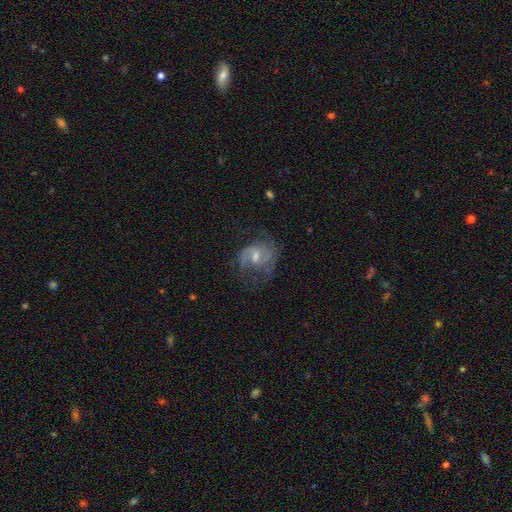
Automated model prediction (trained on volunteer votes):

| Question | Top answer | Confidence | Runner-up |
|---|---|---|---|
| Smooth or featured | featured or disk | 75% | smooth (15%) |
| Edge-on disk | no | 97% | yes (3%) |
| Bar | weak | 49% | no (39%) |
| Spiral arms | yes | 89% | no (11%) |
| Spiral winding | medium | 49% | loose (28%) |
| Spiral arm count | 2 | 69% | can't tell (15%) |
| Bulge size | moderate | 48% | small (43%) |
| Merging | none | 57% | minor disturbance (21%) |